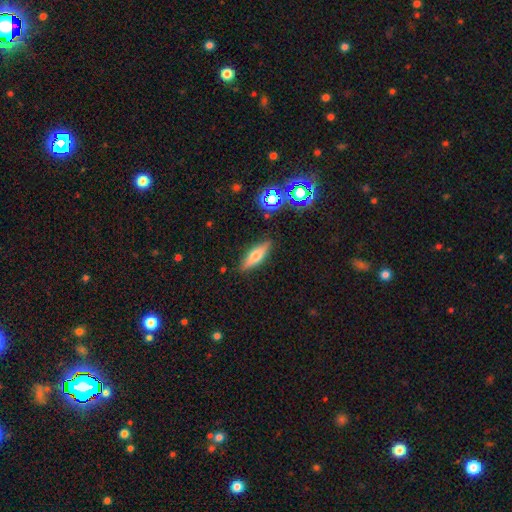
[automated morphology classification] This is possibly a smooth galaxy (52%). How rounded: possibly cigar-shaped (57%). Merging: clearly none (87%).